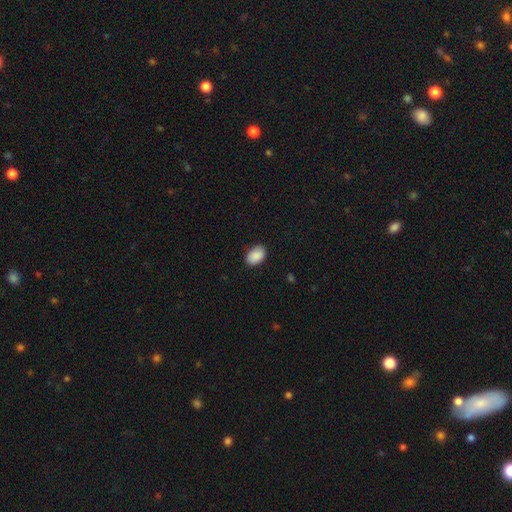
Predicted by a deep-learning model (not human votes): Q: Smooth or featured?
A: smooth (90%); runner-up: star or artifact (7%)
Q: How rounded?
A: in between (88%); runner-up: round (11%)
Q: Merging?
A: none (86%); runner-up: minor disturbance (11%)